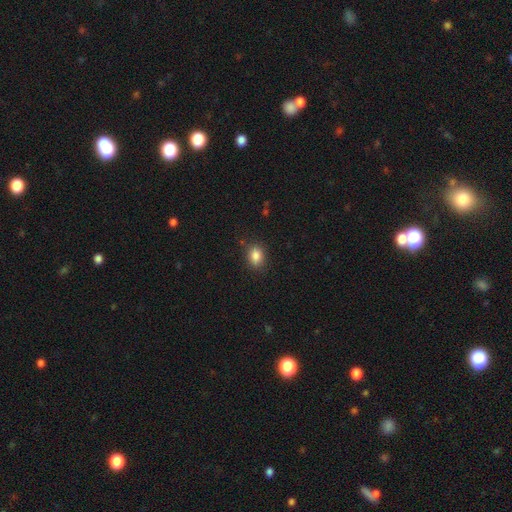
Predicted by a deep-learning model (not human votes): smooth-or-featured: smooth: 85% | star or artifact: 10% | featured or disk: 5%
  how-rounded: in between: 62% | round: 36% | cigar-shaped: 1%
  merging: none: 85% | minor disturbance: 11% | major disturbance: 3% | merger: 1%